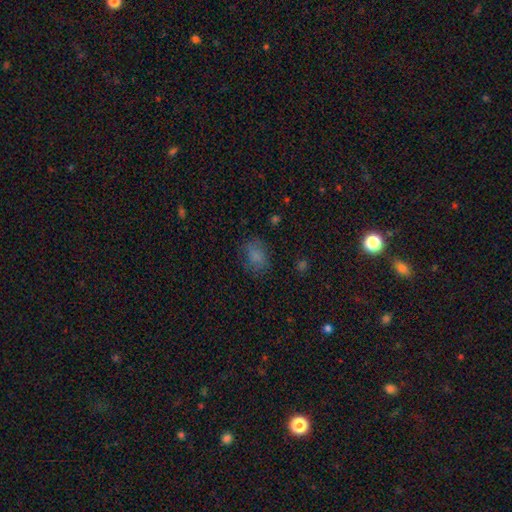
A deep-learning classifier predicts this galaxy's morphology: Overall: smooth (75%). How rounded: in between (65%; round 33%). Merging: none (71%).